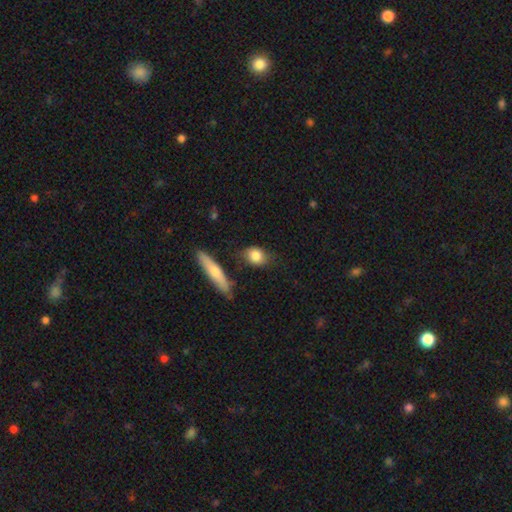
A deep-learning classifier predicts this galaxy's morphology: Smooth or featured? Predicted: smooth (p=0.80). How rounded? Predicted: in between (p=0.52). Merging? Predicted: none (p=0.68).